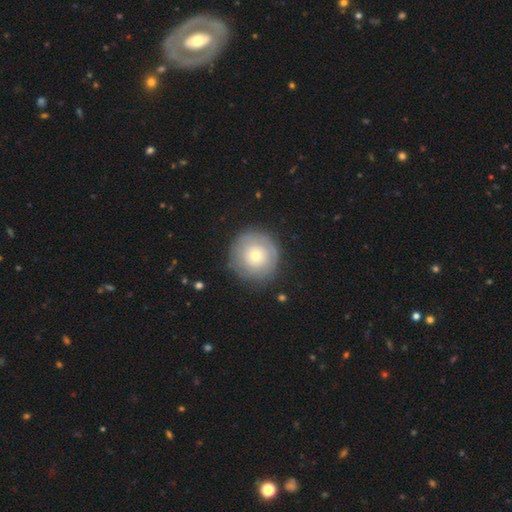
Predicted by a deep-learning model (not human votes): smooth-or-featured: smooth: 50% | featured or disk: 43% | star or artifact: 7%
  merging: none: 83% | minor disturbance: 12% | major disturbance: 4% | merger: 1%